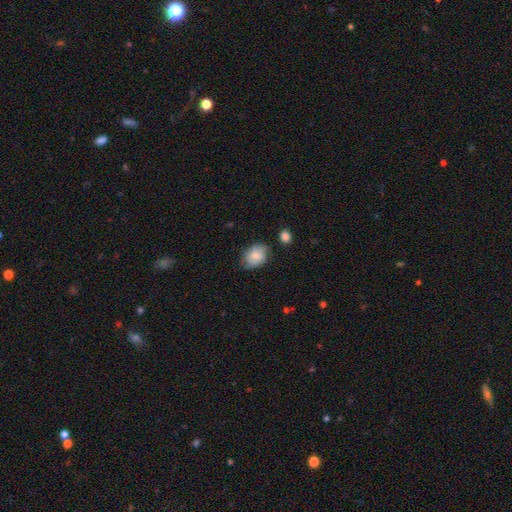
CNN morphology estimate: Smooth or featured? smooth (74%)
How rounded? in between (67%)
Merging? none (67%)